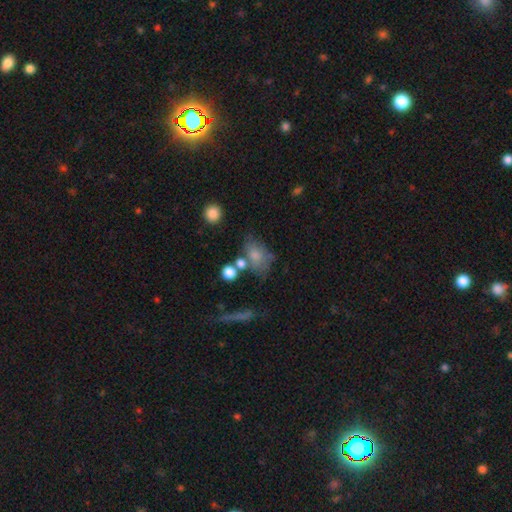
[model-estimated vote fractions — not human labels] A smooth galaxy with no disk features (69%) that is in between round and cigar-shaped (74%).

Vote fractions:
- Smooth or featured? smooth: 69% / featured or disk: 20% / star or artifact: 11%
- How rounded? in between: 74% / round: 24% / cigar-shaped: 2%
- Merging? none: 40% / minor disturbance: 22% / merger: 22% / major disturbance: 16%